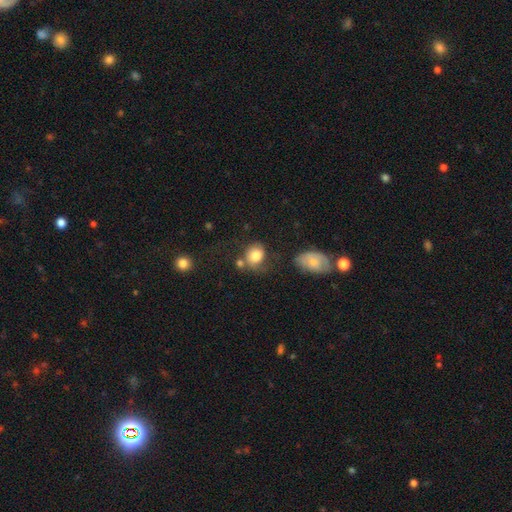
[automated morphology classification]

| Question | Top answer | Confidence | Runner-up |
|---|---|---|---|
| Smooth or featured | smooth | 80% | featured or disk (11%) |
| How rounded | round | 56% | in between (43%) |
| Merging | none | 49% | minor disturbance (23%) |